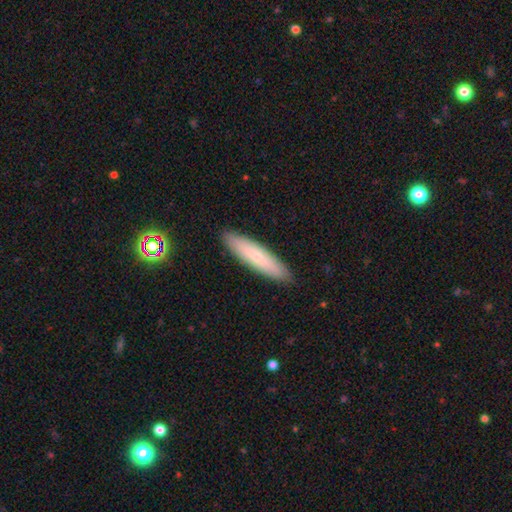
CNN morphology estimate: smooth-or-featured: smooth: 70% | featured or disk: 23% | star or artifact: 7%
  how-rounded: cigar-shaped: 84% | in between: 15% | round: 1%
  merging: none: 90% | minor disturbance: 7% | major disturbance: 1% | merger: 1%